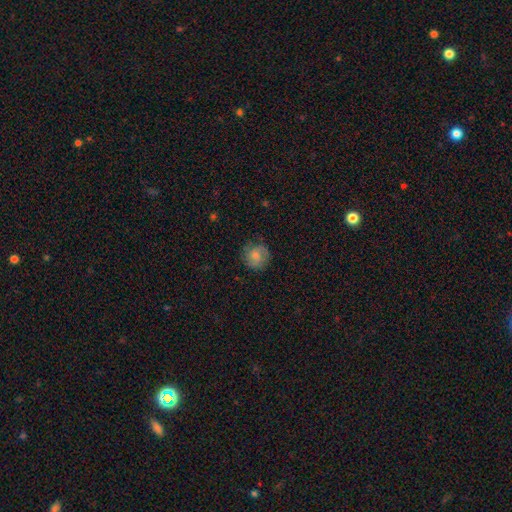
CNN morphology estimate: smooth 66%, featured or disk 25%, star or artifact 8%. Down the decision tree: how rounded — round (87%); merging — none (76%).